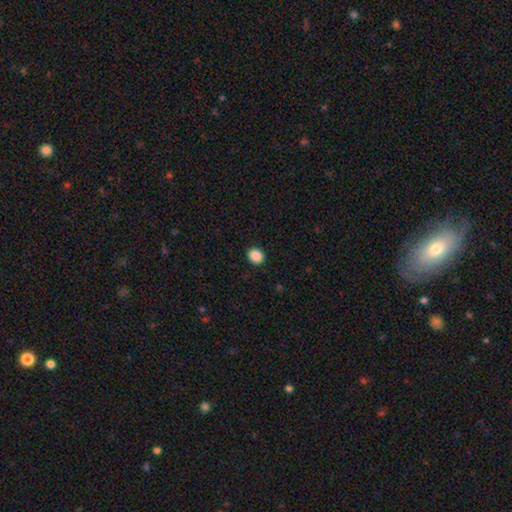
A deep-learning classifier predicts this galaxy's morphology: A smooth galaxy with no disk features (89%) that is round (65%).

Vote fractions:
- Smooth or featured? smooth: 89% / star or artifact: 9% / featured or disk: 2%
- How rounded? round: 65% / in between: 35% / cigar-shaped: 1%
- Merging? none: 91% / minor disturbance: 6% / major disturbance: 2% / merger: 1%